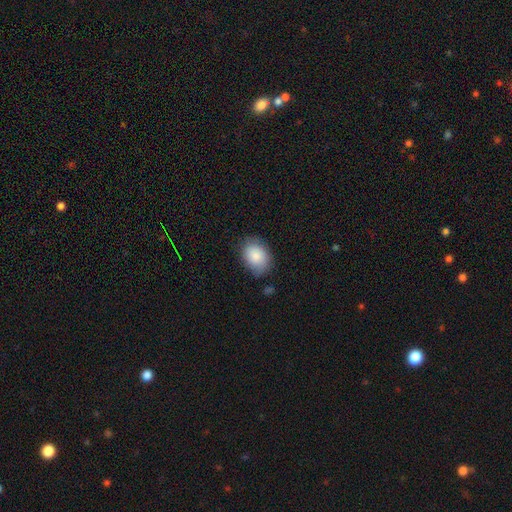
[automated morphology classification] Smooth or featured: smooth — 86% (featured or disk — 7%)
How rounded: in between — 71% (round — 28%)
Merging: none — 77% (minor disturbance — 18%)